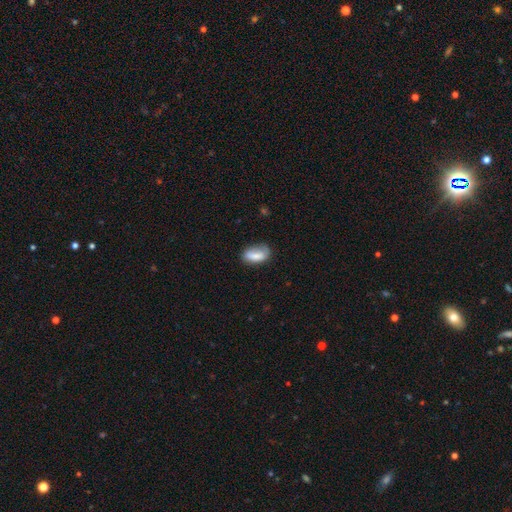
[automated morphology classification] Smooth or featured: smooth — 78% (featured or disk — 15%)
How rounded: in between — 89% (cigar-shaped — 6%)
Merging: none — 61% (minor disturbance — 28%)